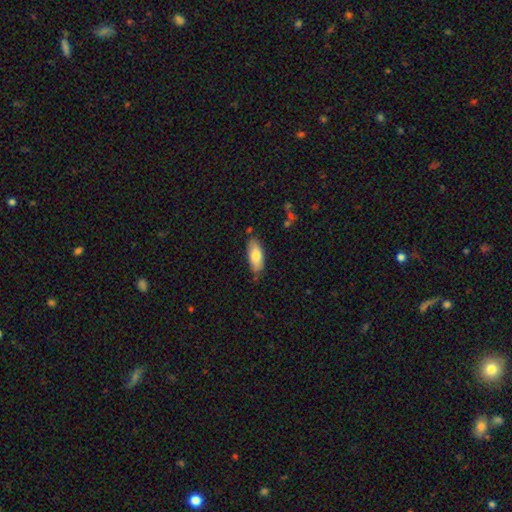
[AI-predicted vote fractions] Q: Smooth or featured?
A: smooth (78%); runner-up: featured or disk (16%)
Q: How rounded?
A: in between (83%); runner-up: cigar-shaped (15%)
Q: Merging?
A: none (79%); runner-up: minor disturbance (16%)